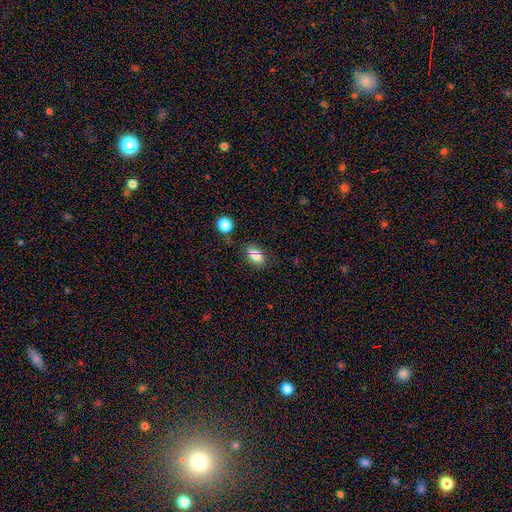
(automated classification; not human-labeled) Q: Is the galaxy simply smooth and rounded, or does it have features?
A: smooth — 76%.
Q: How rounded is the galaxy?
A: in between — 80%.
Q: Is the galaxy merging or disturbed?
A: none — 75%.